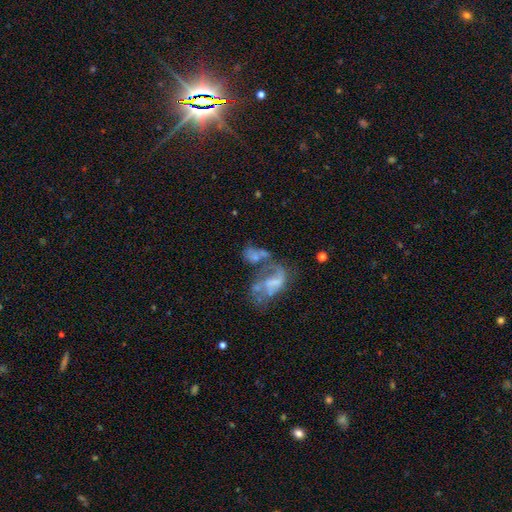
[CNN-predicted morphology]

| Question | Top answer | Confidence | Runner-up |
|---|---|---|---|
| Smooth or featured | featured or disk | 53% | smooth (35%) |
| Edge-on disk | no | 96% | yes (4%) |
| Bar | no | 73% | weak (20%) |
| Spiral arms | no | 61% | yes (39%) |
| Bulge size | none | 47% | small (24%) |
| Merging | merger | 53% | major disturbance (24%) |